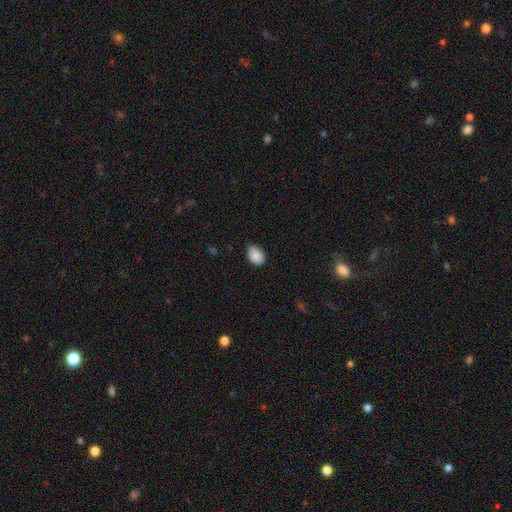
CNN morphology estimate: This is clearly a smooth galaxy (87%). How rounded: clearly in between (84%). Merging: likely none (77%).